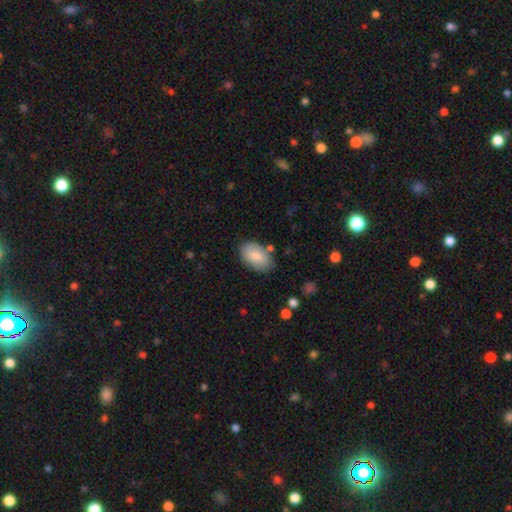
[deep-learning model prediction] smooth 82%, featured or disk 12%, star or artifact 6%. Down the decision tree: how rounded — in between (93%); merging — none (78%).